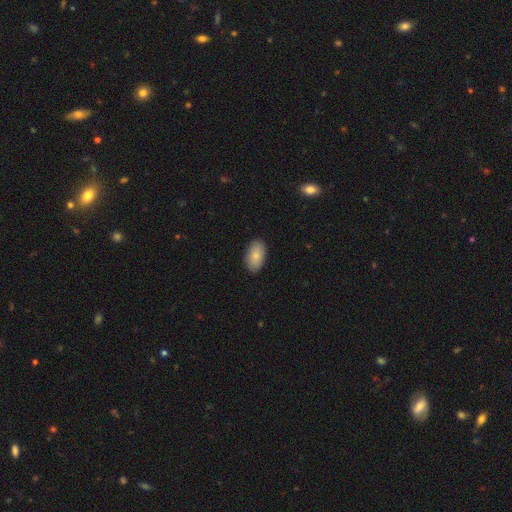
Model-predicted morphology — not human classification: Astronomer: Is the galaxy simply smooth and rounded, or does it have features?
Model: smooth — 83%.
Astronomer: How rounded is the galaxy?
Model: in between — 94%.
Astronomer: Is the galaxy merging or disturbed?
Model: none — 88%.